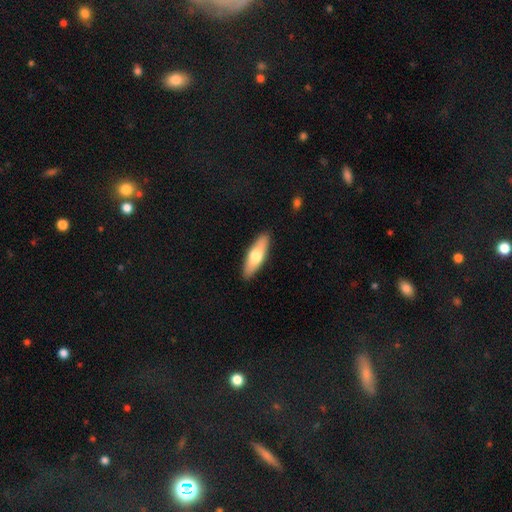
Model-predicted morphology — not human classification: Smooth or featured? Predicted: smooth (p=0.64). How rounded? Predicted: in between (p=0.51). Merging? Predicted: none (p=0.90).